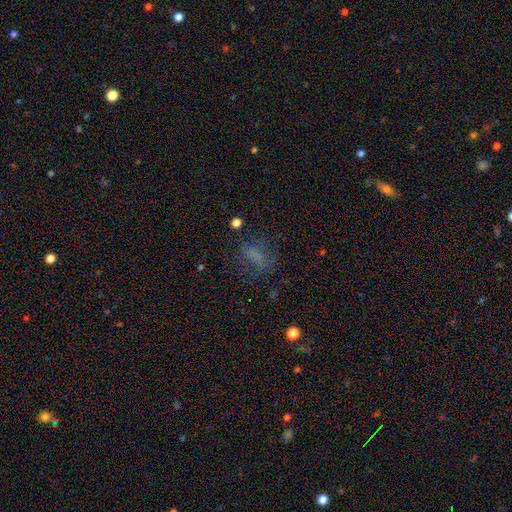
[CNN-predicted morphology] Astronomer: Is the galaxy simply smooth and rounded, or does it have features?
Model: smooth — 57%.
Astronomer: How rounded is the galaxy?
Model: in between — 61%.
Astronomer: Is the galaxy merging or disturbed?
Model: none — 54%.